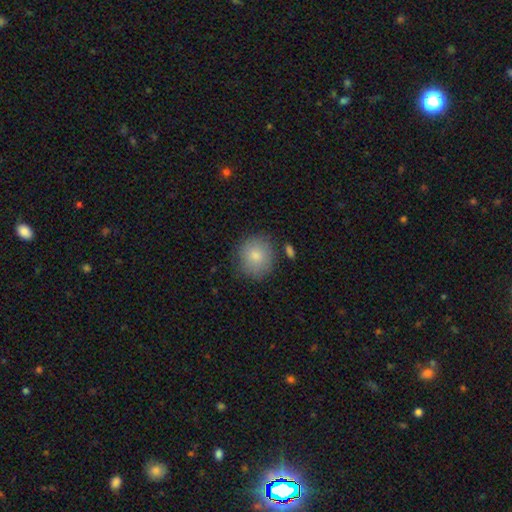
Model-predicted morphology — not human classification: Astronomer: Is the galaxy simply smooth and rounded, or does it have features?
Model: smooth — 83%.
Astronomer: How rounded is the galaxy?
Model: round — 86%.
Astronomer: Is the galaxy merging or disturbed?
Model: none — 79%.